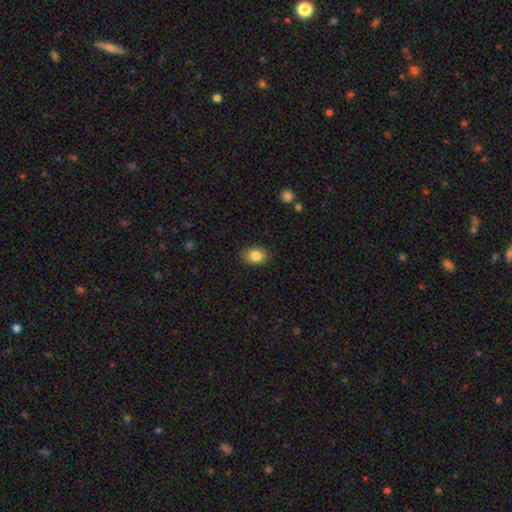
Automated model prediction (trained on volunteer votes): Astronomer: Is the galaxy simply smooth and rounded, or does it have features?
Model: smooth — 84%.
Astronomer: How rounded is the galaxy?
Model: in between — 74%.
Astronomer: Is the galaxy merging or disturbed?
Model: none — 86%.